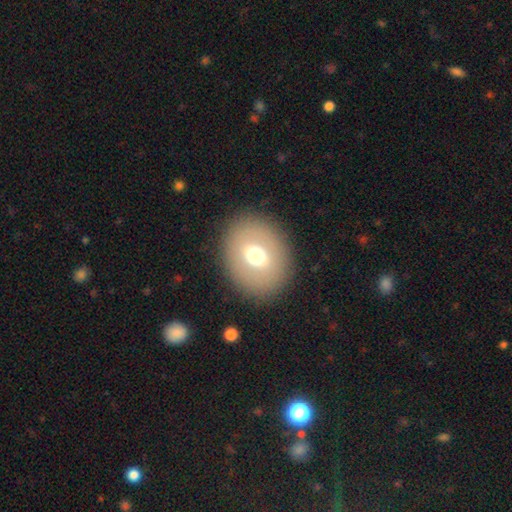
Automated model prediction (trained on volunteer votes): Smooth or featured: smooth — 62% (featured or disk — 27%)
How rounded: round — 51% (in between — 48%)
Merging: none — 87% (minor disturbance — 8%)